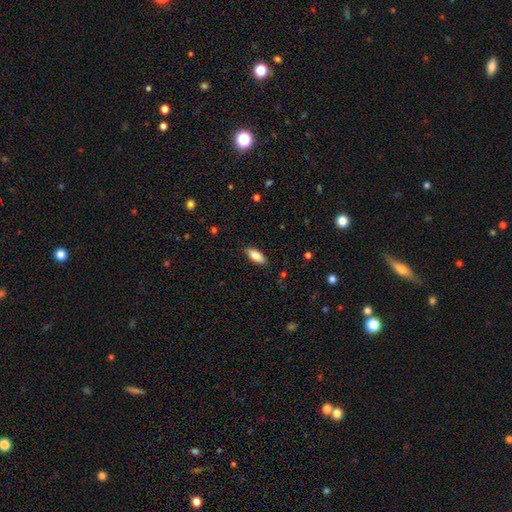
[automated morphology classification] A smooth galaxy with no disk features (87%) that is in between round and cigar-shaped (81%). Merging: none (87%).